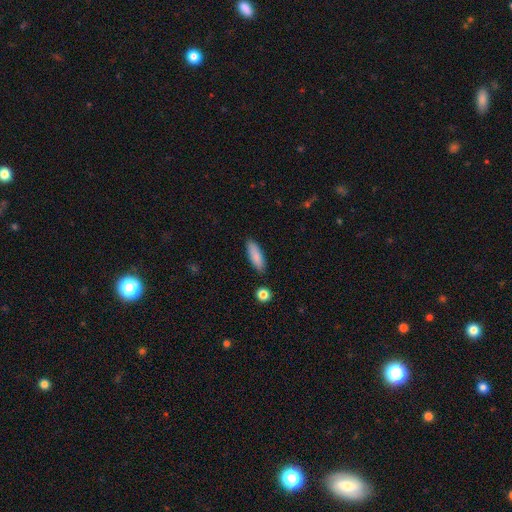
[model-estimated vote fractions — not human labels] smooth-or-featured: smooth: 86% | featured or disk: 8% | star or artifact: 6%
  how-rounded: in between: 50% | cigar-shaped: 48% | round: 2%
  merging: none: 86% | minor disturbance: 10% | merger: 2% | major disturbance: 2%